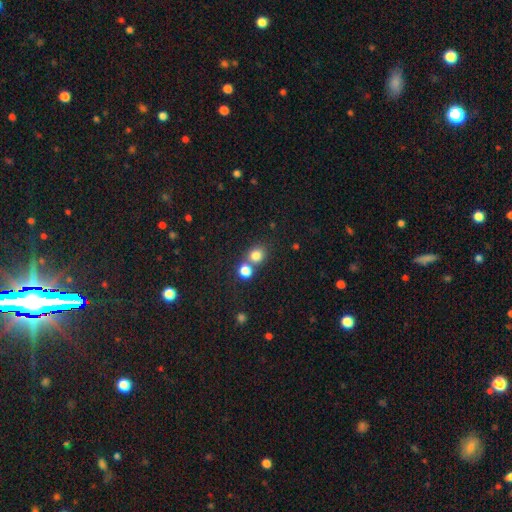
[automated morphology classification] Smooth or featured?
  - smooth: 80% *
  - star or artifact: 13%
  - featured or disk: 7%
How rounded?
  - round: 77% *
  - in between: 22%
  - cigar-shaped: 1%
Merging?
  - none: 53% *
  - merger: 36%
  - minor disturbance: 8%
  - major disturbance: 3%